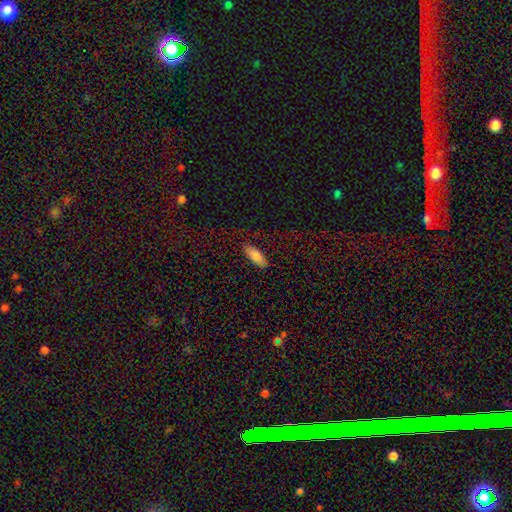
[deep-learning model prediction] smooth-or-featured: smooth: 84% | featured or disk: 9% | star or artifact: 6%
  how-rounded: in between: 68% | cigar-shaped: 30% | round: 2%
  merging: none: 87% | minor disturbance: 10% | major disturbance: 2% | merger: 1%